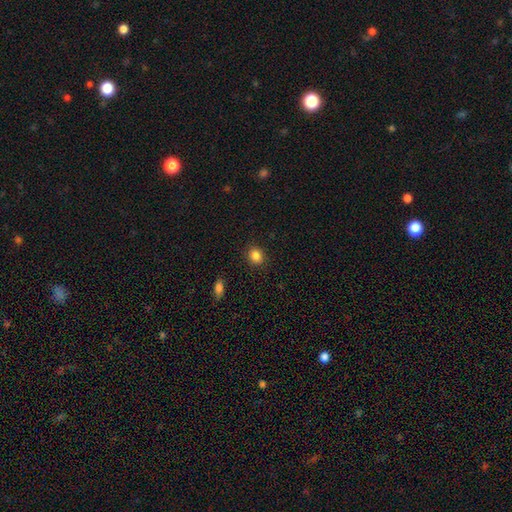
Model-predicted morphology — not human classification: Smooth or featured?
  - smooth: 86% *
  - star or artifact: 10%
  - featured or disk: 4%
How rounded?
  - round: 66% *
  - in between: 33%
  - cigar-shaped: 1%
Merging?
  - none: 90% *
  - minor disturbance: 7%
  - major disturbance: 2%
  - merger: 1%